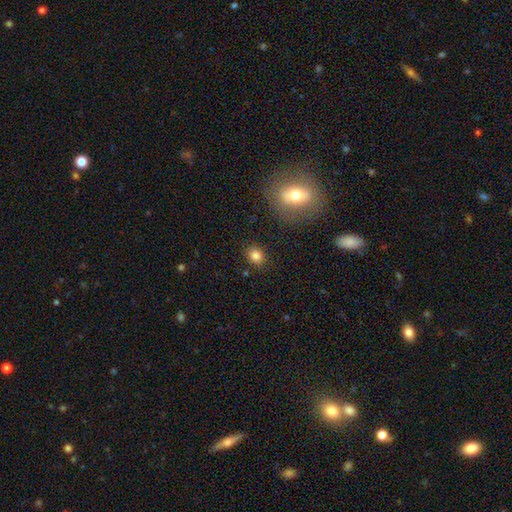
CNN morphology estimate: smooth_or_featured: smooth (p=0.83) [alt: star or artifact p=0.11]
how_rounded: round (p=0.63) [alt: in between p=0.36]
merging: none (p=0.86) [alt: minor disturbance p=0.09]